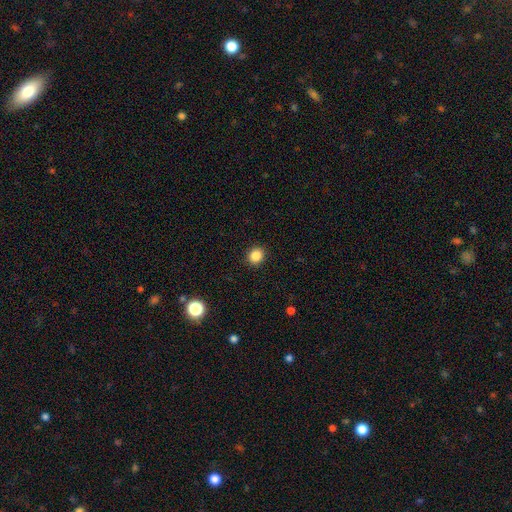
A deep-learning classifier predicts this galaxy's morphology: Overall: smooth (86%). How rounded: round (83%). Merging: none (92%).